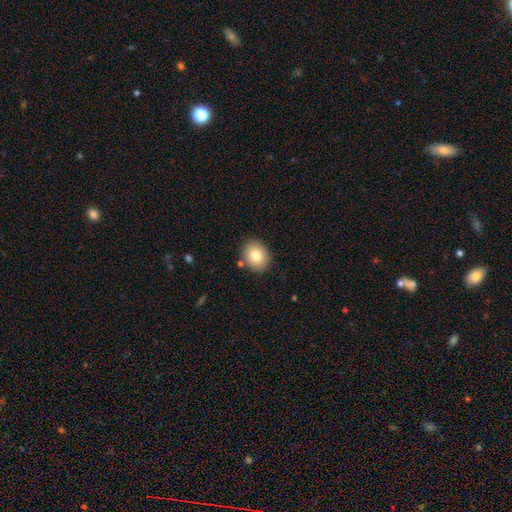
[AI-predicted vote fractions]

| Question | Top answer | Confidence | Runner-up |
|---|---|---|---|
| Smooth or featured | smooth | 82% | featured or disk (10%) |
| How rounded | round | 60% | in between (39%) |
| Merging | none | 85% | minor disturbance (9%) |